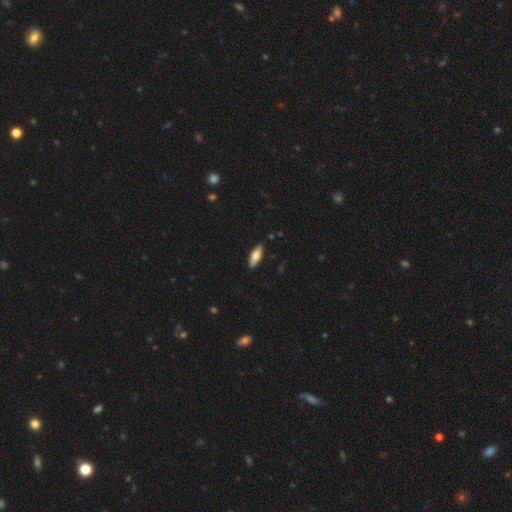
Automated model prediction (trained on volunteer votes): smooth_or_featured: smooth (p=0.75) [alt: featured or disk p=0.20]
how_rounded: in between (p=0.69) [alt: cigar-shaped p=0.29]
merging: none (p=0.89) [alt: minor disturbance p=0.09]